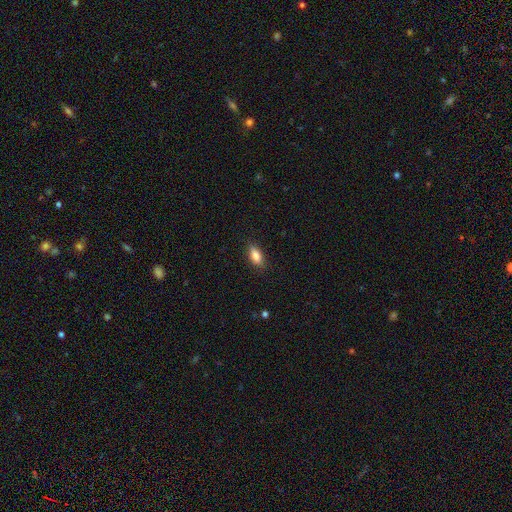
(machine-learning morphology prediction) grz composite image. It shows a smooth galaxy with no disk features (84%) that is in between round and cigar-shaped (82%). Merging: none (85%).